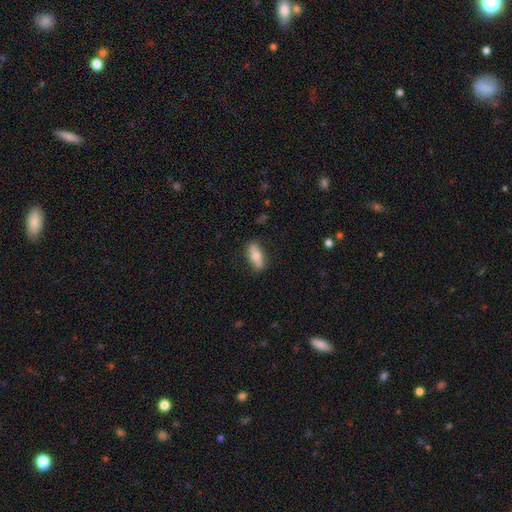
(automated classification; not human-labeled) Overall: smooth (66%; featured or disk 28%). How rounded: in between (65%; cigar-shaped 31%). Merging: none (84%).